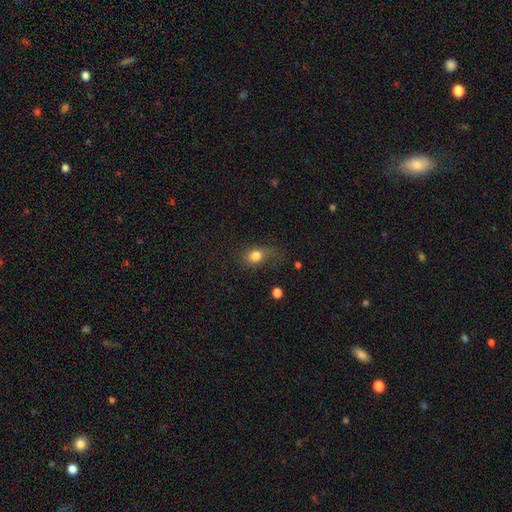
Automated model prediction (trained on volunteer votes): smooth-or-featured: smooth: 80% | star or artifact: 11% | featured or disk: 9%
  how-rounded: in between: 53% | round: 44% | cigar-shaped: 3%
  merging: none: 46% | minor disturbance: 29% | major disturbance: 23% | merger: 3%